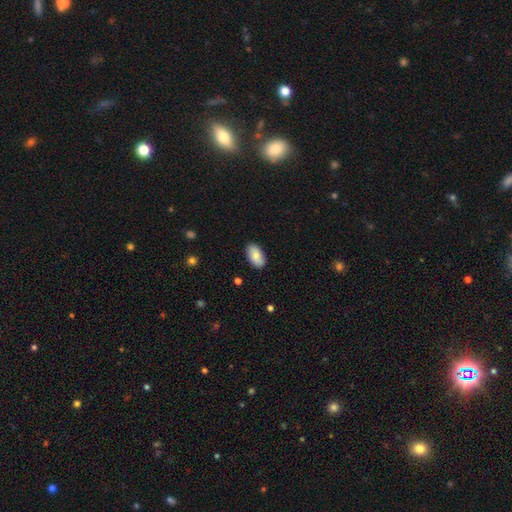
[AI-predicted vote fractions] This appears to be a smooth galaxy with no disk features (82%) that is in between round and cigar-shaped (94%). Merging: none (86%).